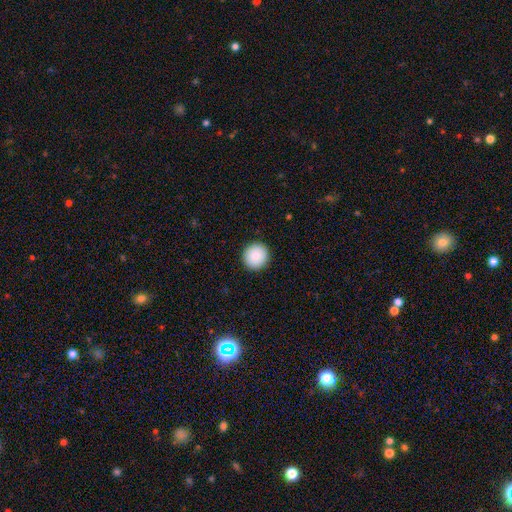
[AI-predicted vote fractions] Overall: smooth (89%). How rounded: round (95%). Merging: none (93%).